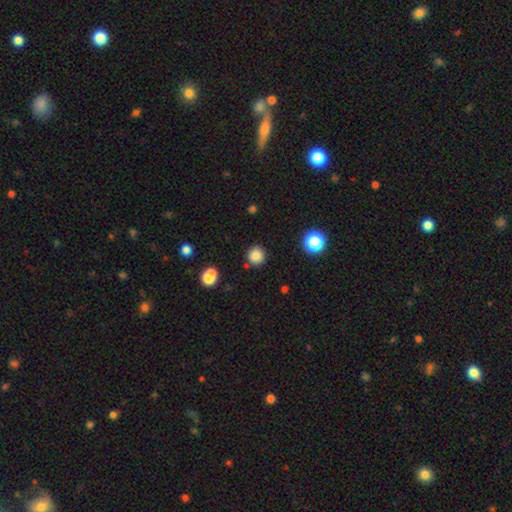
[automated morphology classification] smooth-or-featured: smooth: 84% | star or artifact: 12% | featured or disk: 4%
  how-rounded: round: 92% | in between: 7% | cigar-shaped: 1%
  merging: none: 85% | minor disturbance: 9% | merger: 4% | major disturbance: 3%